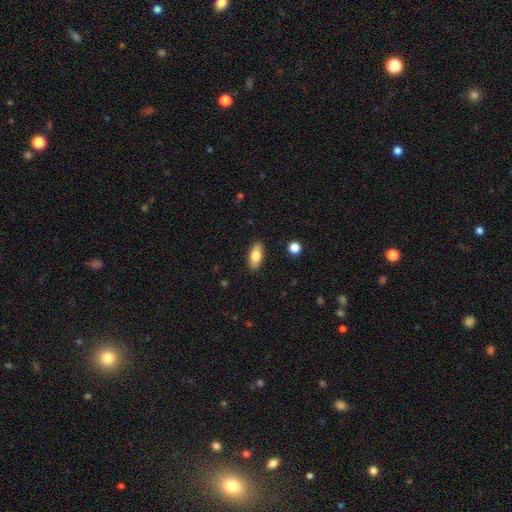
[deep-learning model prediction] Q: Smooth or featured?
A: smooth (79%); runner-up: featured or disk (15%)
Q: How rounded?
A: in between (86%); runner-up: cigar-shaped (11%)
Q: Merging?
A: none (89%); runner-up: minor disturbance (8%)